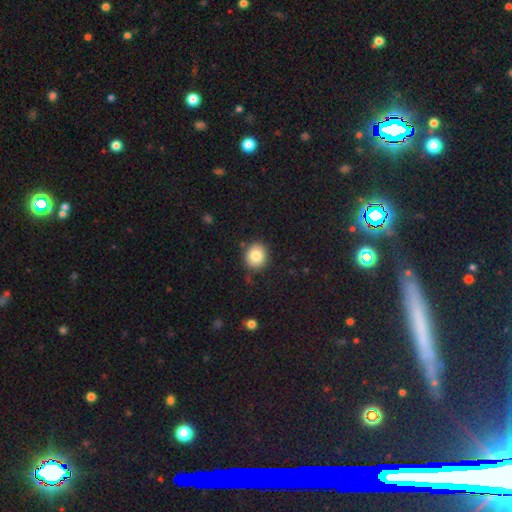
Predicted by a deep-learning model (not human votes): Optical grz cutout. It shows a smooth galaxy with no disk features (83%) that is round (75%). Merging: none (83%).